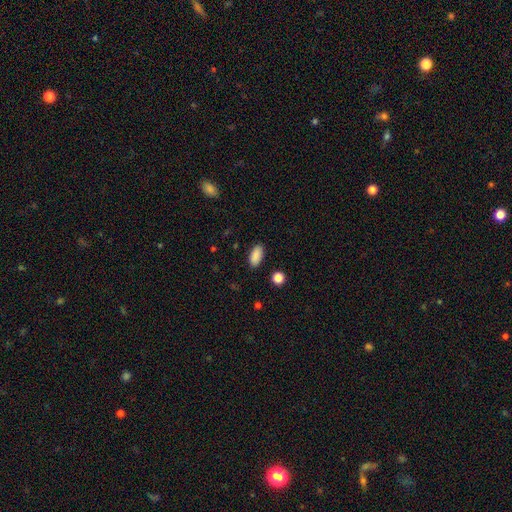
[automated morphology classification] smooth_or_featured: smooth (p=0.89) [alt: star or artifact p=0.08]
how_rounded: in between (p=0.89) [alt: cigar-shaped p=0.08]
merging: none (p=0.88) [alt: minor disturbance p=0.09]